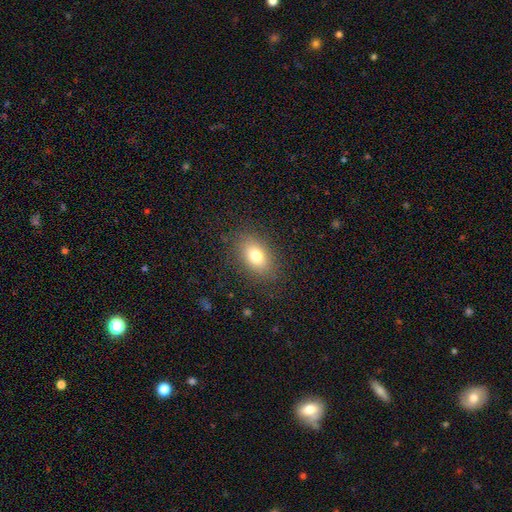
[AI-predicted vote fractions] smooth 77%, featured or disk 12%, star or artifact 10%. Down the decision tree: how rounded — in between (84%); merging — none (84%).